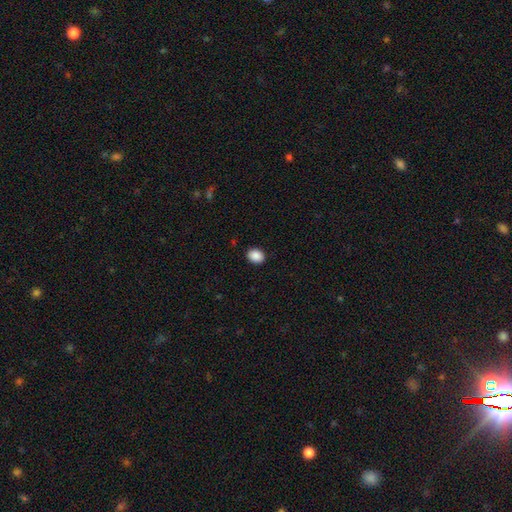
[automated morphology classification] This is clearly a smooth galaxy (89%). How rounded: possibly in between (59%). Merging: clearly none (90%).